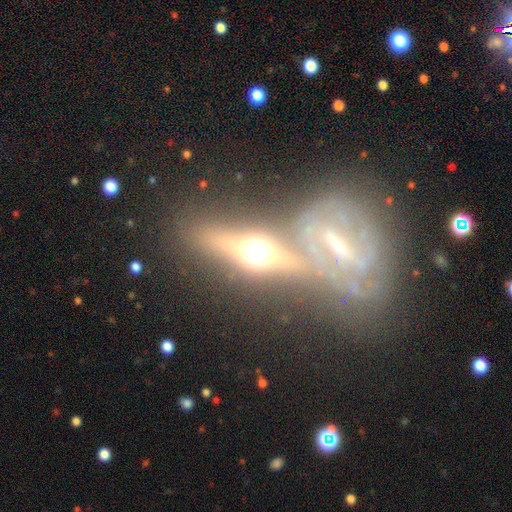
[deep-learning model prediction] A featured or disk galaxy (47%). Merging: none (47%).